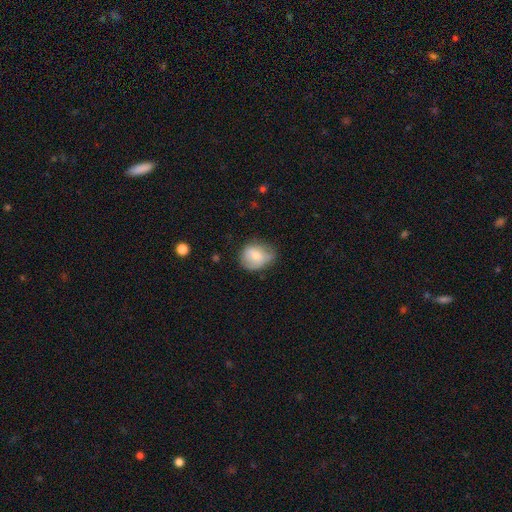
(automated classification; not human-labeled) smooth_or_featured: smooth (p=0.70) [alt: featured or disk p=0.22]
how_rounded: round (p=0.55) [alt: in between p=0.44]
merging: none (p=0.50) [alt: minor disturbance p=0.38]